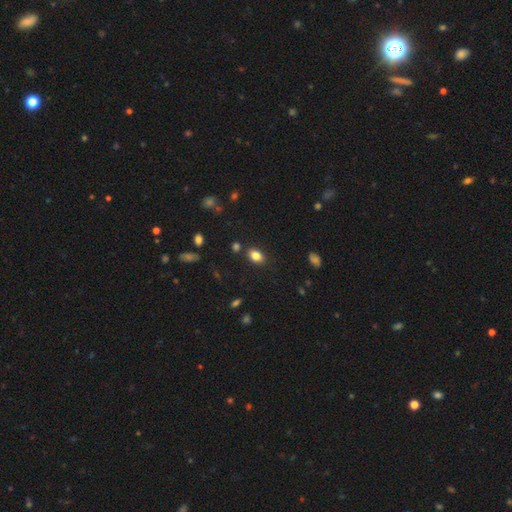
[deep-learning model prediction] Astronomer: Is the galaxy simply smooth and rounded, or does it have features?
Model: smooth — 83%.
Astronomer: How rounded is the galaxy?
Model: in between — 83%.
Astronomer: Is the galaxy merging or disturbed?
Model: none — 82%.